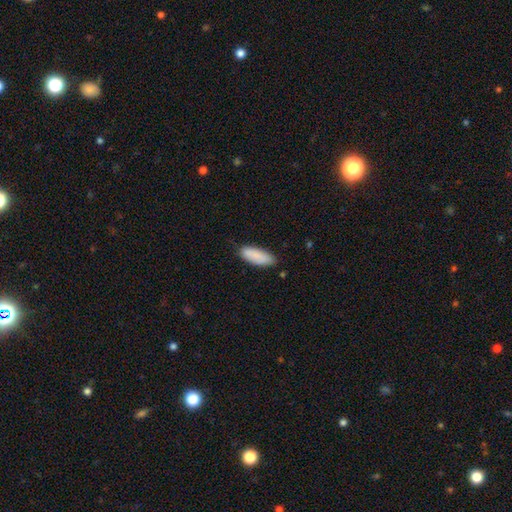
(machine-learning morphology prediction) smooth_or_featured: smooth (p=0.88) [alt: featured or disk p=0.06]
how_rounded: in between (p=0.75) [alt: cigar-shaped p=0.24]
merging: none (p=0.77) [alt: minor disturbance p=0.19]